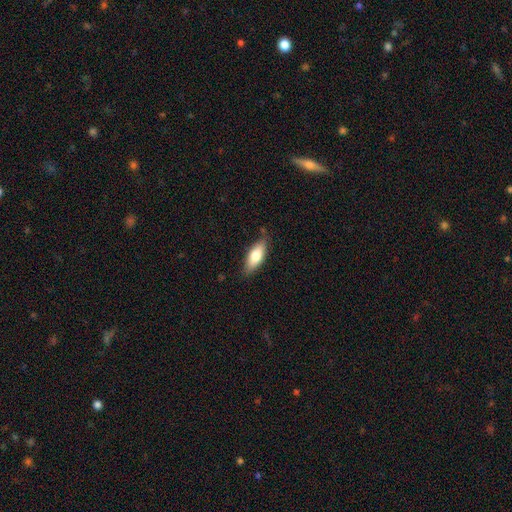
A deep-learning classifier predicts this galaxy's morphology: Smooth or featured? smooth (74%)
How rounded? in between (74%)
Merging? none (80%)